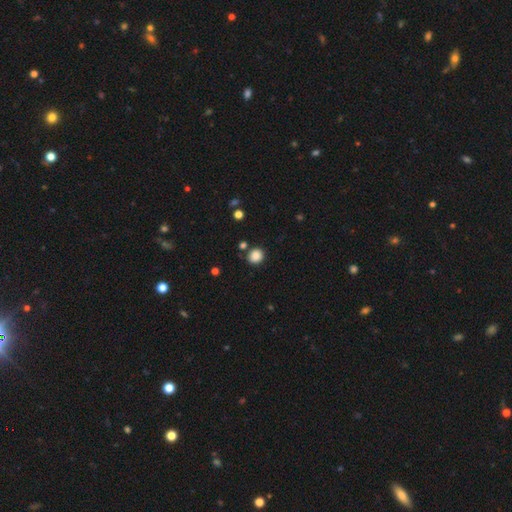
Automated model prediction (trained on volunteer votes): smooth_or_featured: smooth (p=0.86) [alt: star or artifact p=0.10]
how_rounded: round (p=0.84) [alt: in between p=0.15]
merging: none (p=0.81) [alt: minor disturbance p=0.10]